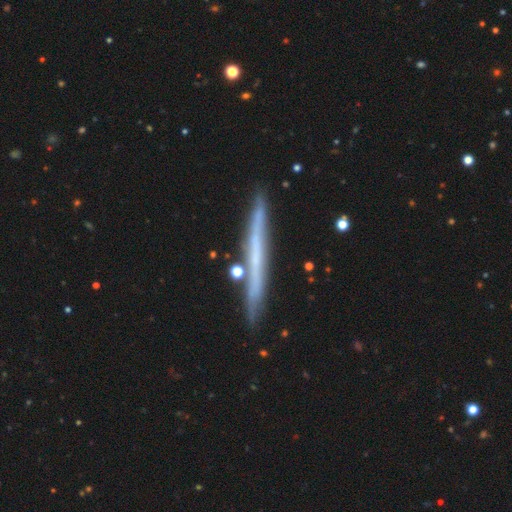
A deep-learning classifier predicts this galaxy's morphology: featured or disk 59%, smooth 34%, star or artifact 7%. Down the decision tree: edge-on disk — yes (95%); edge-on bulge — none (89%); merging — none (85%).